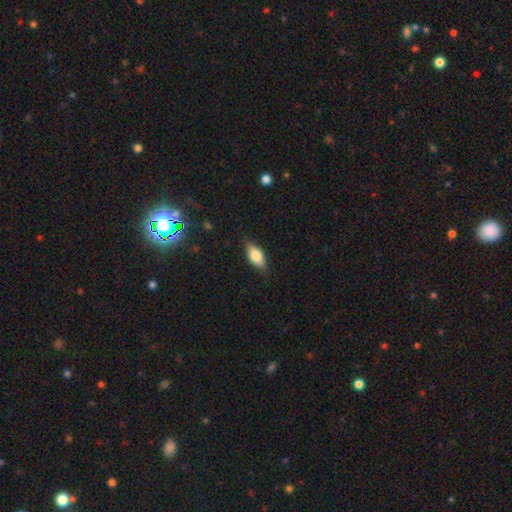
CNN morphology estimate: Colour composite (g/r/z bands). It shows a smooth galaxy with no disk features (72%) that is in between round and cigar-shaped (85%). Merging: none (81%).